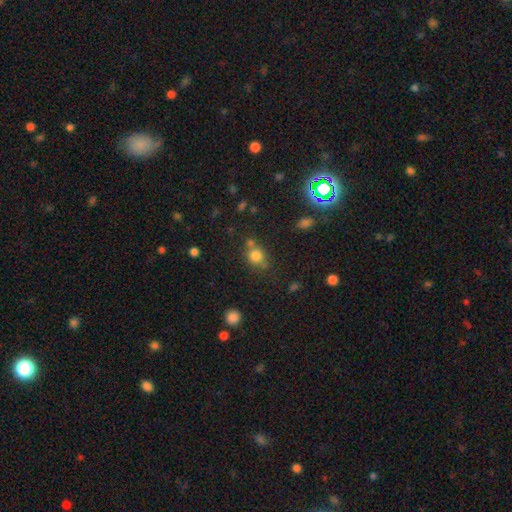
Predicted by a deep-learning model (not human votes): Morphology: type=smooth (78%); roundness=round (67%); merging=none (57%).